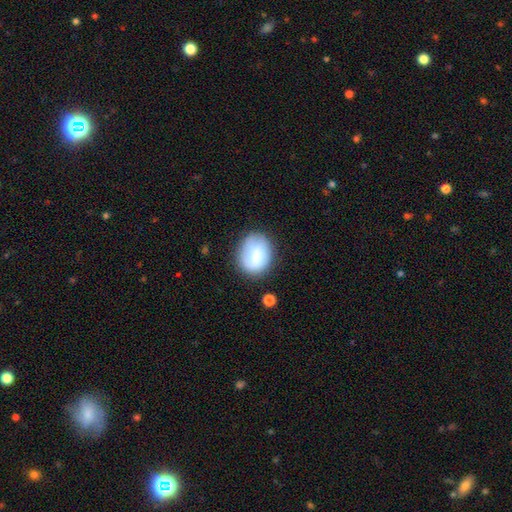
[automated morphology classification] smooth 77%, featured or disk 16%, star or artifact 7%. Down the decision tree: how rounded — round (58%); merging — none (68%).